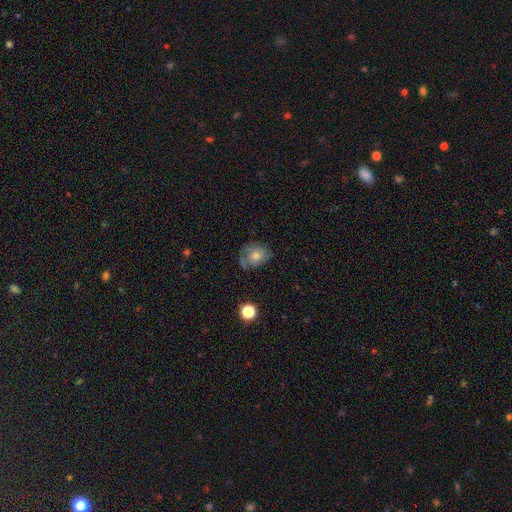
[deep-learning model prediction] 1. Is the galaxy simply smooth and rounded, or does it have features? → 52% smooth, 34% featured or disk, 13% star or artifact.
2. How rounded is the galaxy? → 54% round, 45% in between, 1% cigar-shaped.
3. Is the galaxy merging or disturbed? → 63% none, 25% minor disturbance, 10% major disturbance, 3% merger.